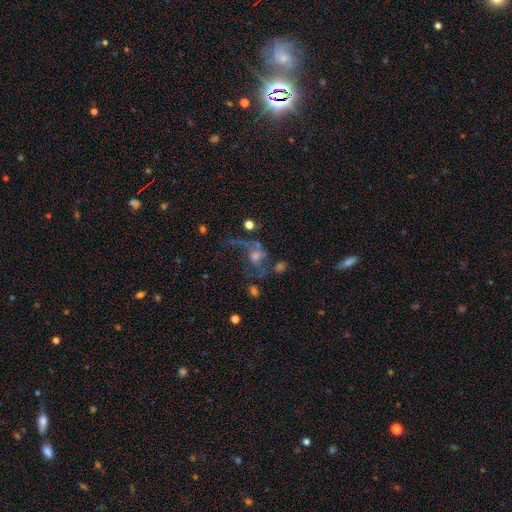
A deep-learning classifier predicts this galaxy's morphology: A featured or disk galaxy (56%) with no bar (68%), spiral arms (60%) and a small central bulge (35%).

Vote fractions:
- Smooth or featured? featured or disk: 56% / star or artifact: 26% / smooth: 19%
- Edge-on disk? no: 94% / yes: 6%
- Bar? no: 68% / weak: 24% / strong: 7%
- Spiral arms? yes: 60% / no: 40%
- Bulge size? small: 35% / moderate: 34% / none: 22% / large: 7% / dominant: 3%
- Merging? major disturbance: 35% / none: 34% / merger: 18% / minor disturbance: 13%